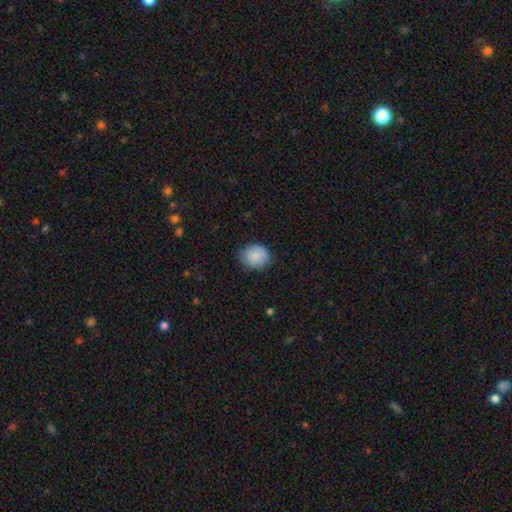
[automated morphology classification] The model was most divided on "how rounded": round: 68%, in between: 31%, cigar-shaped: 1%. More confident: smooth or featured — smooth (87%); merging — none (80%).